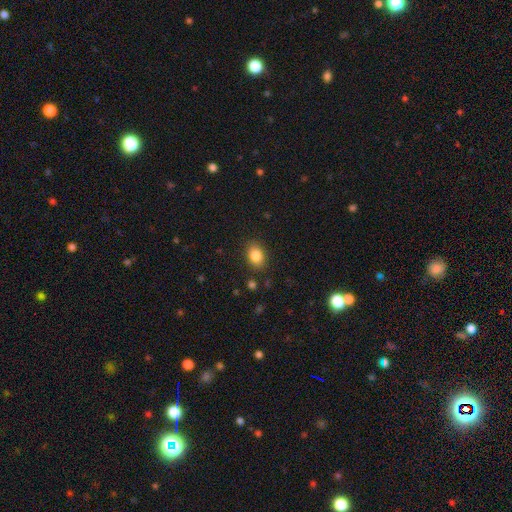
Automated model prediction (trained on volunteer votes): Overall: smooth (85%). How rounded: in between (69%; round 30%). Merging: none (85%).